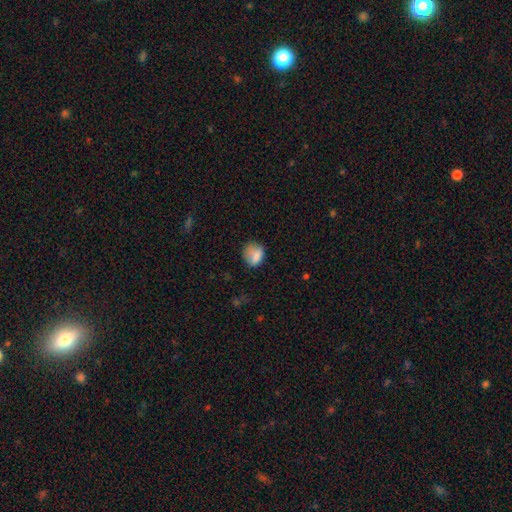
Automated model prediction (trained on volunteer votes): A smooth galaxy with no disk features (80%) that is round (52%). Merging: none (54%).